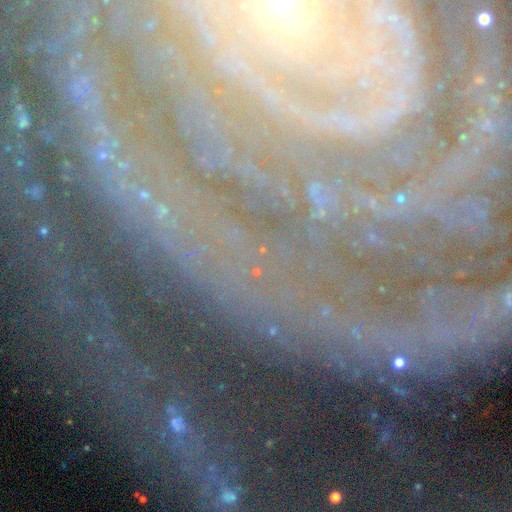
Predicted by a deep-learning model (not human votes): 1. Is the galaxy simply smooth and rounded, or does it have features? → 60% star or artifact, 28% featured or disk, 12% smooth.